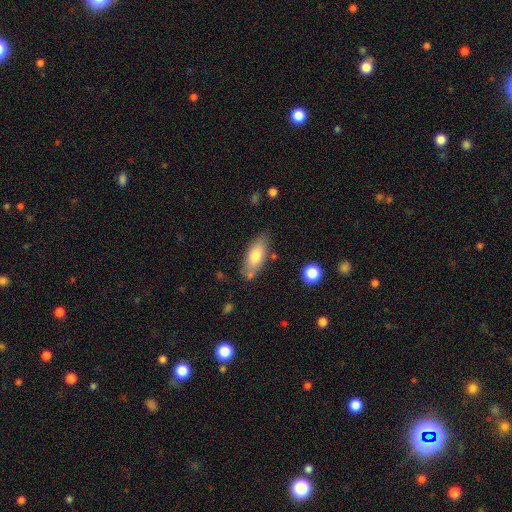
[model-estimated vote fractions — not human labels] This is likely a smooth galaxy (76%). How rounded: likely in between (78%). Merging: likely none (73%).